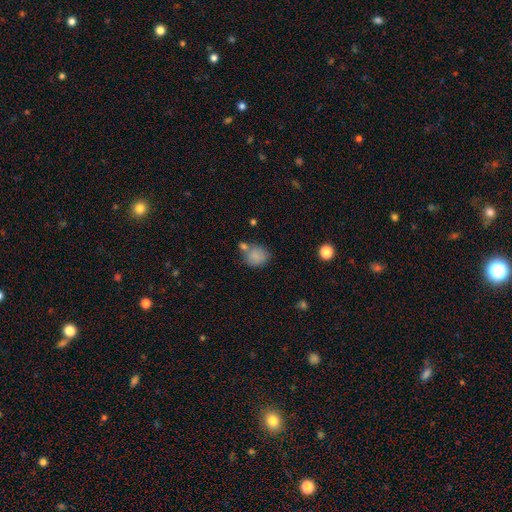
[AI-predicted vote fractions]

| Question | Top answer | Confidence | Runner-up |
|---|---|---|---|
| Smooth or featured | smooth | 83% | star or artifact (10%) |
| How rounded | round | 68% | in between (31%) |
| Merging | none | 55% | merger (21%) |